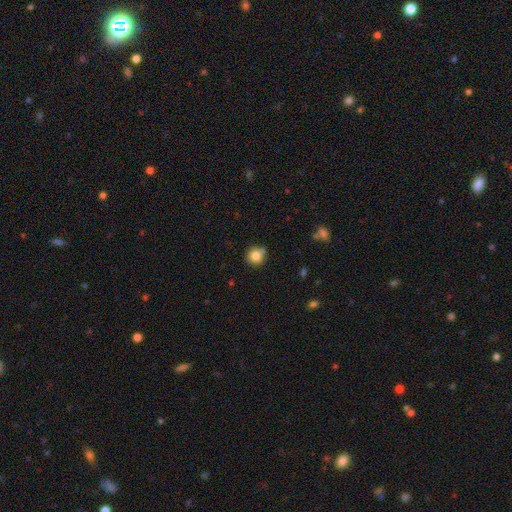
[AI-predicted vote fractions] Smooth or featured?
  - smooth: 81% *
  - star or artifact: 11%
  - featured or disk: 8%
How rounded?
  - round: 93% *
  - in between: 6%
  - cigar-shaped: 1%
Merging?
  - none: 76% *
  - minor disturbance: 12%
  - merger: 10%
  - major disturbance: 3%